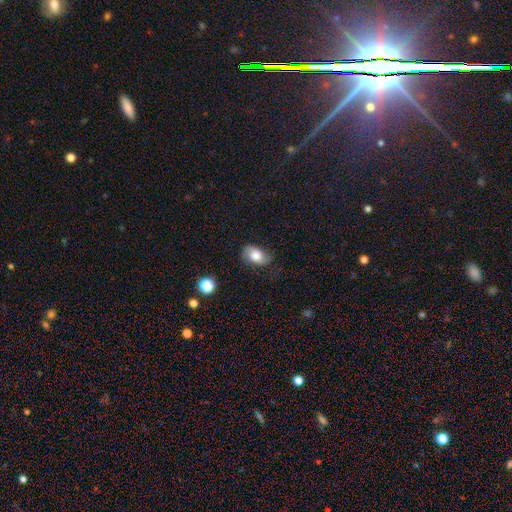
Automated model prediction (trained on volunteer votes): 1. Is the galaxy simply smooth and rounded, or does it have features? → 72% smooth, 19% featured or disk, 8% star or artifact.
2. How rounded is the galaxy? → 85% in between, 13% round, 1% cigar-shaped.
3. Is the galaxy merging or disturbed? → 70% none, 23% minor disturbance, 6% major disturbance, 1% merger.